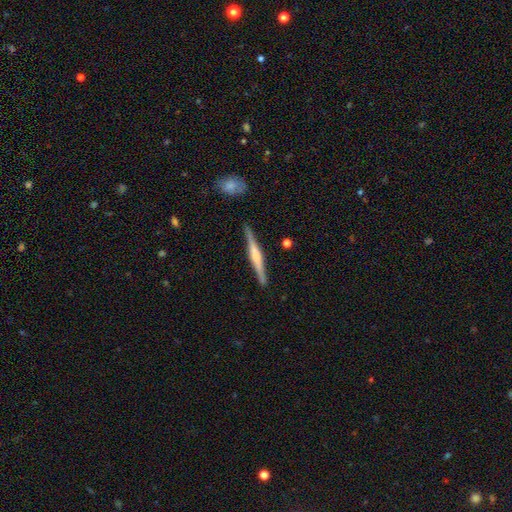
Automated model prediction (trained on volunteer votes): Smooth or featured? featured or disk (68%)
Edge-on disk? yes (98%)
Edge-on bulge? rounded (44%)
Merging? none (90%)